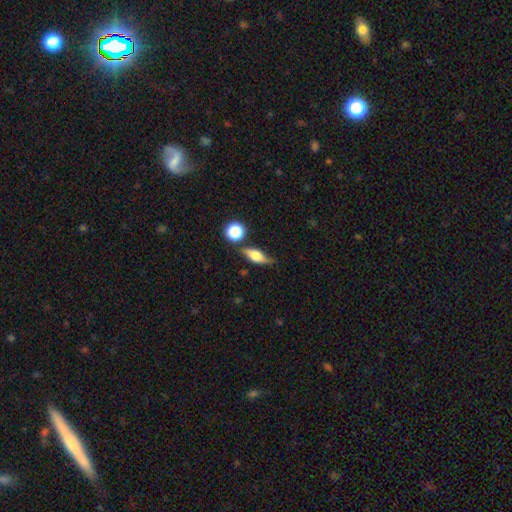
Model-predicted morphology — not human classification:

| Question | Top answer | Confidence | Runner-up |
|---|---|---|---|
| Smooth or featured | smooth | 50% | featured or disk (41%) |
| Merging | none | 69% | minor disturbance (19%) |